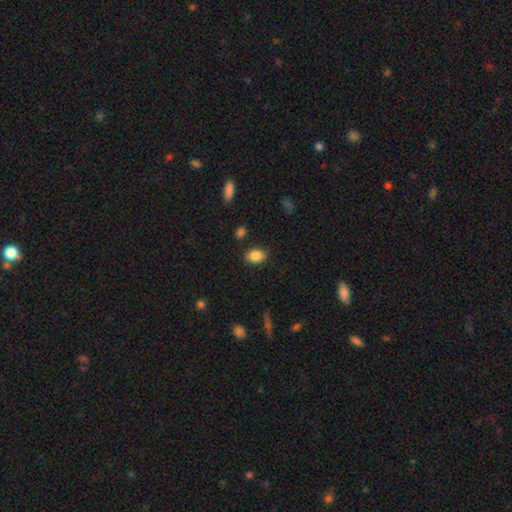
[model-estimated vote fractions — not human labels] The model was most divided on "how rounded": in between: 78%, round: 21%, cigar-shaped: 1%. More confident: smooth or featured — smooth (86%); merging — none (84%).